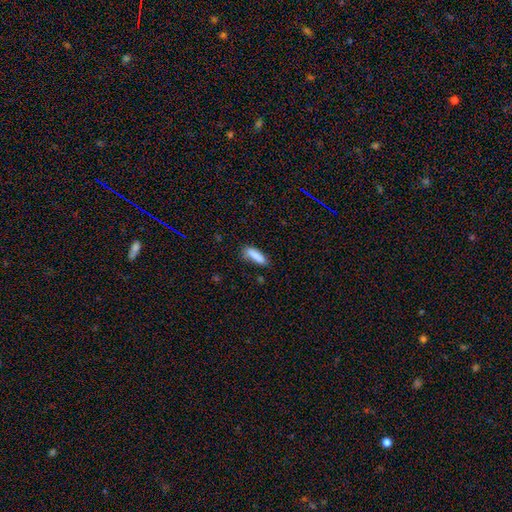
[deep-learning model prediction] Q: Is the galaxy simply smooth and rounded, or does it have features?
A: smooth — 86%.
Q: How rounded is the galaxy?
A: cigar-shaped — 58%.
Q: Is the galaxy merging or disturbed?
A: none — 73%.